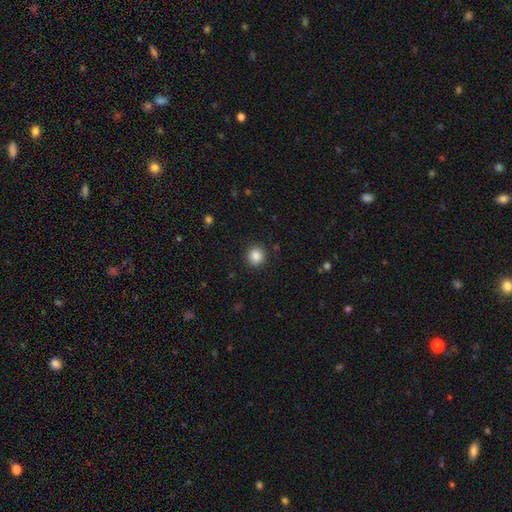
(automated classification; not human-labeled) Smooth or featured?
  - smooth: 87% *
  - star or artifact: 10%
  - featured or disk: 3%
How rounded?
  - round: 91% *
  - in between: 8%
  - cigar-shaped: 1%
Merging?
  - none: 91% *
  - minor disturbance: 6%
  - major disturbance: 2%
  - merger: 1%